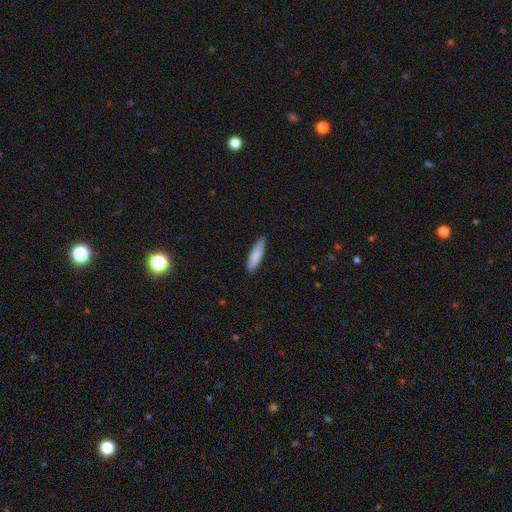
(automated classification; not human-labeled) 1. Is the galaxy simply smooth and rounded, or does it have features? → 84% smooth, 10% featured or disk, 5% star or artifact.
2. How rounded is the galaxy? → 72% cigar-shaped, 26% in between, 1% round.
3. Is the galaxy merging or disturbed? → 86% none, 11% minor disturbance, 2% major disturbance, 1% merger.